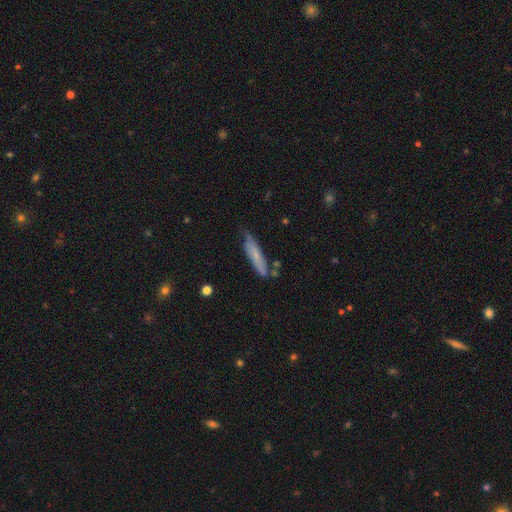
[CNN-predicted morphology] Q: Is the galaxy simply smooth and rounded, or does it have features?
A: smooth — 62%.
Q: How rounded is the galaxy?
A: cigar-shaped — 83%.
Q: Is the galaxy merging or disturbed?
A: none — 65%.